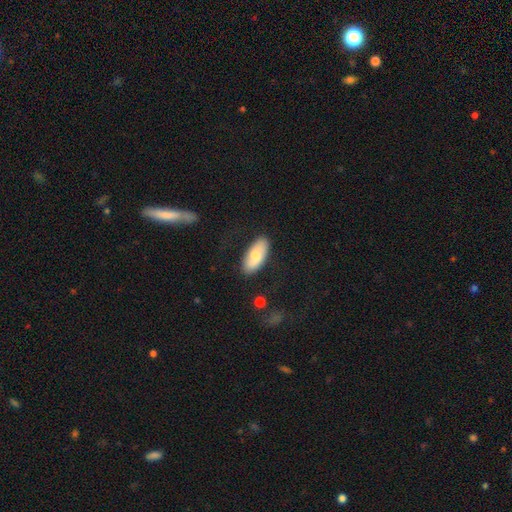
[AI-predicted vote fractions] smooth-or-featured: smooth: 70% | featured or disk: 25% | star or artifact: 6%
  how-rounded: in between: 89% | cigar-shaped: 9% | round: 2%
  merging: none: 84% | minor disturbance: 12% | major disturbance: 3% | merger: 2%